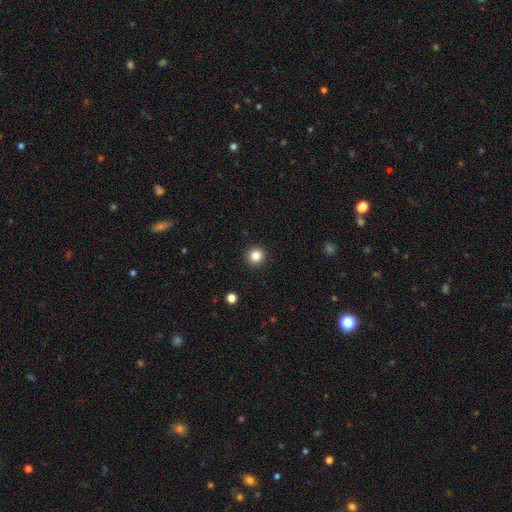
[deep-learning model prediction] Smooth or featured? Predicted: smooth (p=0.84). How rounded? Predicted: round (p=0.95). Merging? Predicted: none (p=0.93).